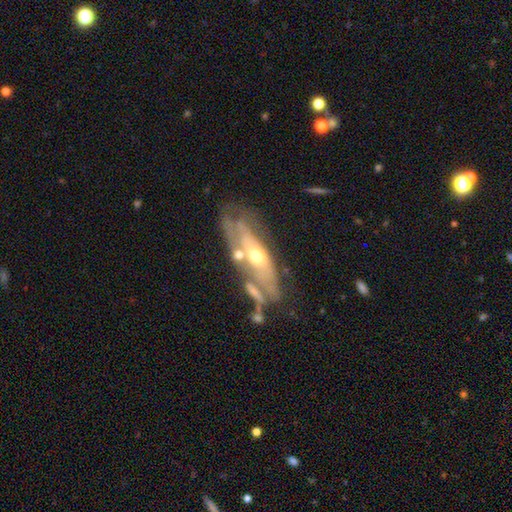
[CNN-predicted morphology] Smooth or featured?
  - featured or disk: 69% *
  - smooth: 24%
  - star or artifact: 7%
Edge-on disk?
  - no: 74% *
  - yes: 26%
Bar?
  - no: 75% *
  - weak: 18%
  - strong: 7%
Spiral arms?
  - yes: 53% *
  - no: 47%
Bulge size?
  - moderate: 64% *
  - small: 28%
  - large: 5%
  - none: 1%
  - dominant: 1%
Merging?
  - none: 43% *
  - minor disturbance: 22%
  - merger: 19%
  - major disturbance: 17%